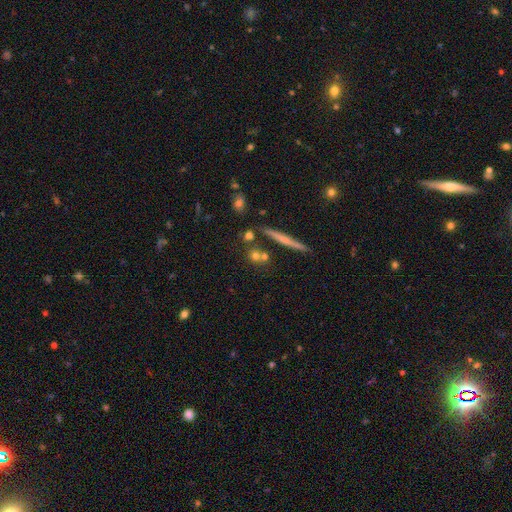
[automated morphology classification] Smooth or featured: smooth — 65% (featured or disk — 21%)
How rounded: round — 69% (cigar-shaped — 18%)
Merging: none — 62% (merger — 24%)